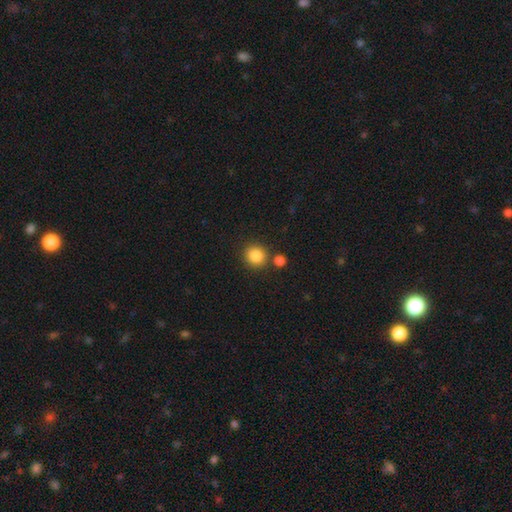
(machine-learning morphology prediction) Smooth or featured: smooth — 86% (star or artifact — 10%)
How rounded: round — 90% (in between — 9%)
Merging: none — 80% (merger — 10%)